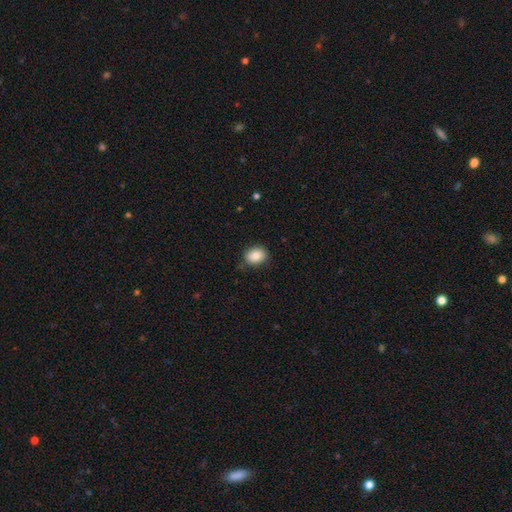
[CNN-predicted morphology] A smooth galaxy with no disk features (85%) that is in between round and cigar-shaped (59%).

Vote fractions:
- Smooth or featured? smooth: 85% / star or artifact: 8% / featured or disk: 7%
- How rounded? in between: 59% / round: 40% / cigar-shaped: 1%
- Merging? none: 81% / minor disturbance: 15% / major disturbance: 3% / merger: 1%